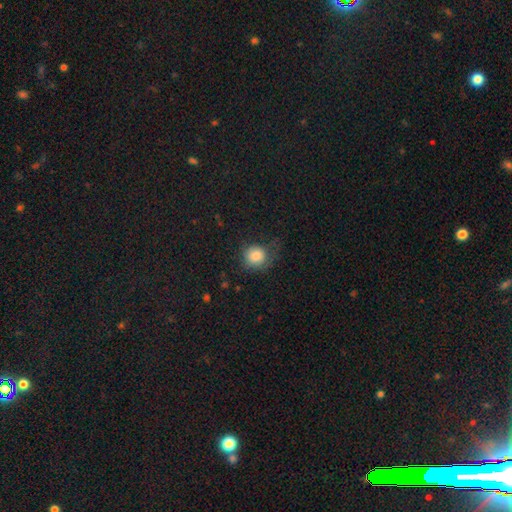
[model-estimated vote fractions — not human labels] A smooth galaxy with no disk features (83%) that is round (86%). Merging: none (62%).